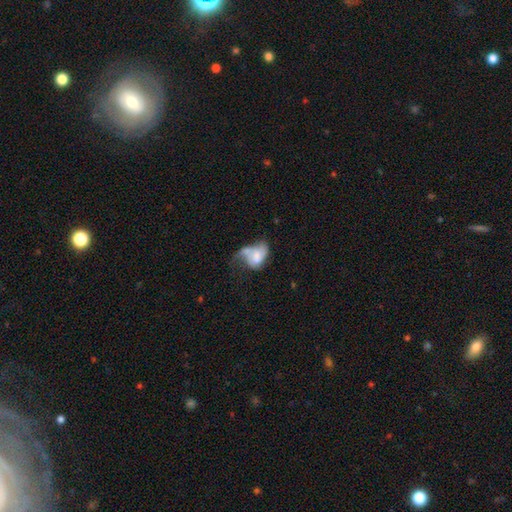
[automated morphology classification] Overall: smooth (51%; featured or disk 40%). How rounded: in between (80%). Merging: major disturbance (41%; merger 26%).